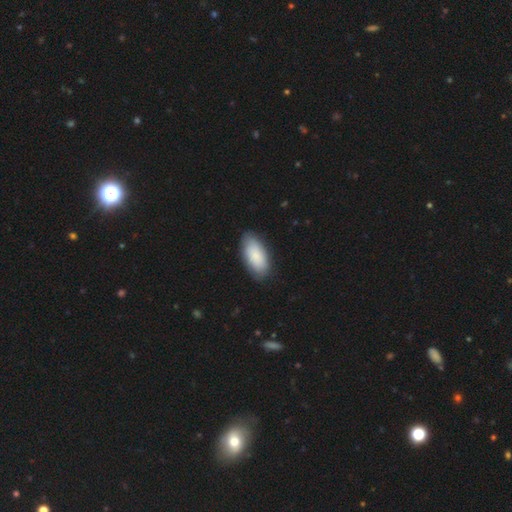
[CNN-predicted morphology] This appears to be a smooth galaxy with no disk features (86%) that is in between round and cigar-shaped (93%). Merging: none (84%).